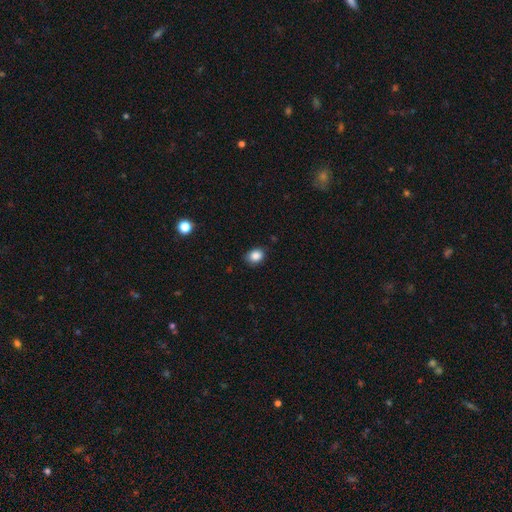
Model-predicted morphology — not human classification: Smooth or featured? Predicted: smooth (p=0.86). How rounded? Predicted: in between (p=0.56). Merging? Predicted: none (p=0.82).